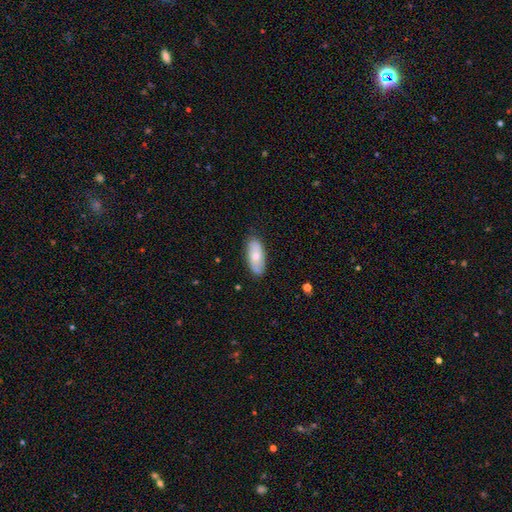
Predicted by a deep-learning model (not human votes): Smooth or featured?
  - smooth: 64% *
  - featured or disk: 30%
  - star or artifact: 6%
How rounded?
  - in between: 87% *
  - cigar-shaped: 11%
  - round: 3%
Merging?
  - none: 81% *
  - minor disturbance: 15%
  - major disturbance: 3%
  - merger: 1%